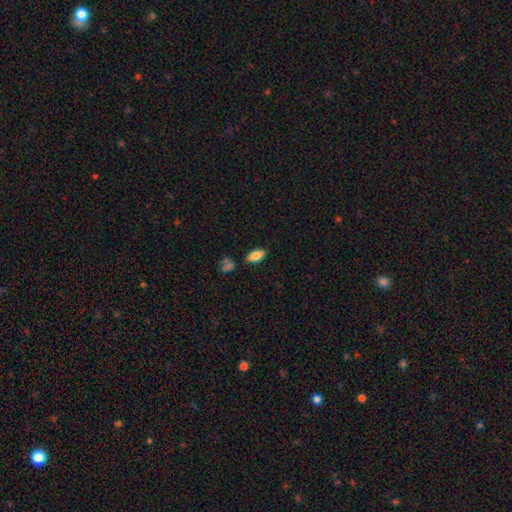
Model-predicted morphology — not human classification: This appears to be a smooth galaxy with no disk features (80%) that is in between round and cigar-shaped (88%). Merging: none (82%).